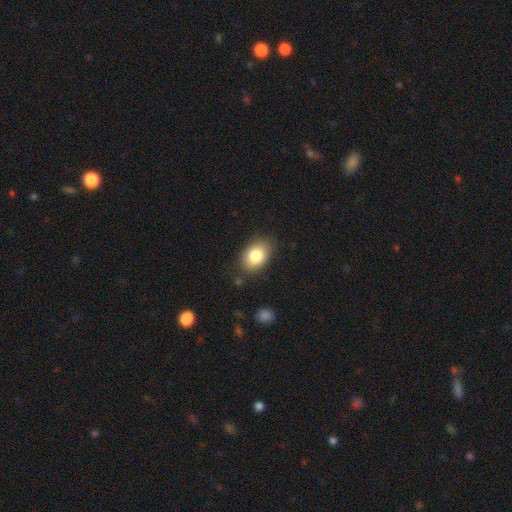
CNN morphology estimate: The model was most divided on "how rounded": in between: 82%, round: 17%, cigar-shaped: 1%. More confident: smooth or featured — smooth (82%); merging — none (82%).